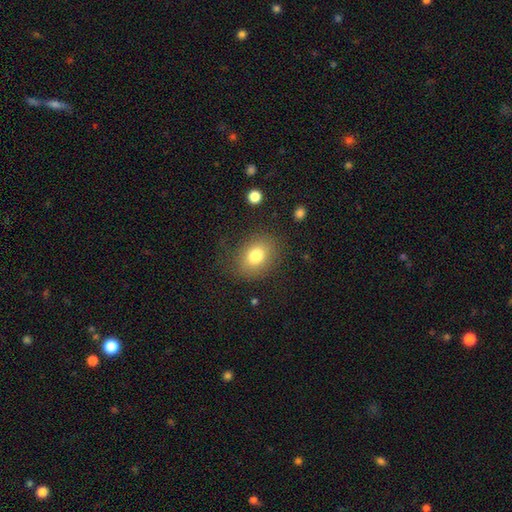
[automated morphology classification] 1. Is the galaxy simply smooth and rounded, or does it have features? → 79% smooth, 11% featured or disk, 10% star or artifact.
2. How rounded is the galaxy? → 54% in between, 45% round, 1% cigar-shaped.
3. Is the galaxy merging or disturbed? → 76% none, 14% minor disturbance, 8% major disturbance, 2% merger.